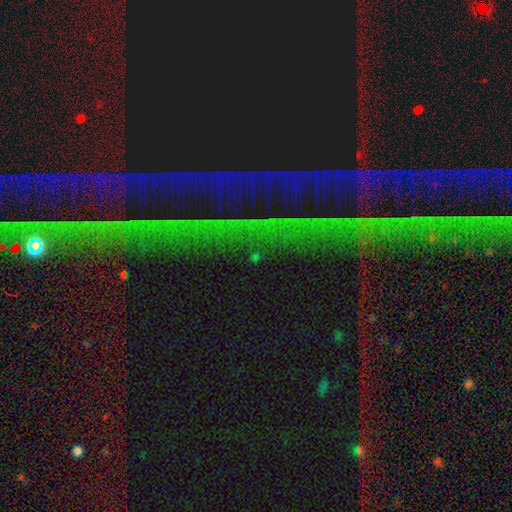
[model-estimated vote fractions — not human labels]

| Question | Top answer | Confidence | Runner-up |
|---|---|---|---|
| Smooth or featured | star or artifact | 72% | smooth (16%) |